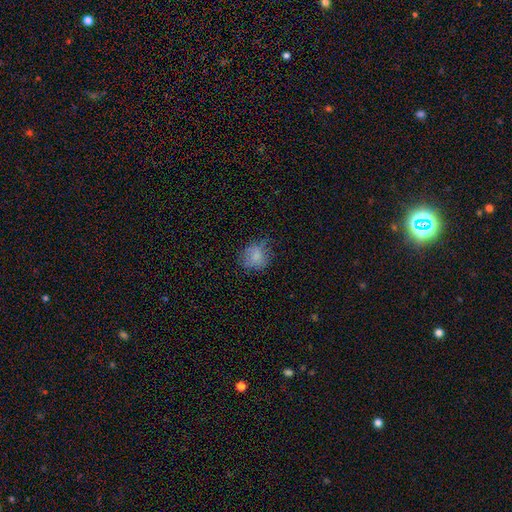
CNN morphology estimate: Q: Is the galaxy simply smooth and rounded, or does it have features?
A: smooth — 74%.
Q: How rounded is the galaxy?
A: round — 68%.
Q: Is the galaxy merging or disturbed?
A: none — 58%.